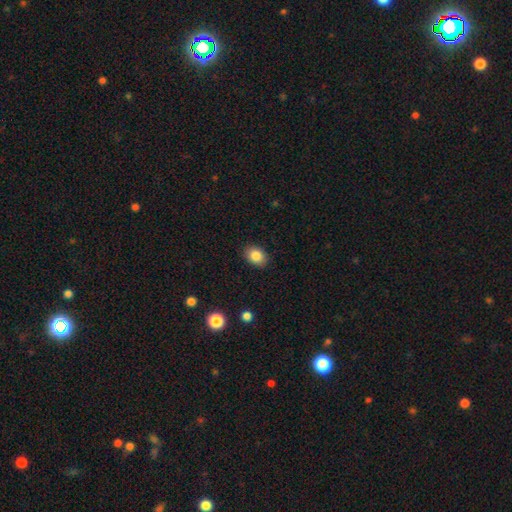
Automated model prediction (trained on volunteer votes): Smooth or featured?
  - smooth: 86% *
  - star or artifact: 9%
  - featured or disk: 6%
How rounded?
  - in between: 67% *
  - round: 33%
  - cigar-shaped: 1%
Merging?
  - none: 88% *
  - minor disturbance: 9%
  - major disturbance: 2%
  - merger: 1%